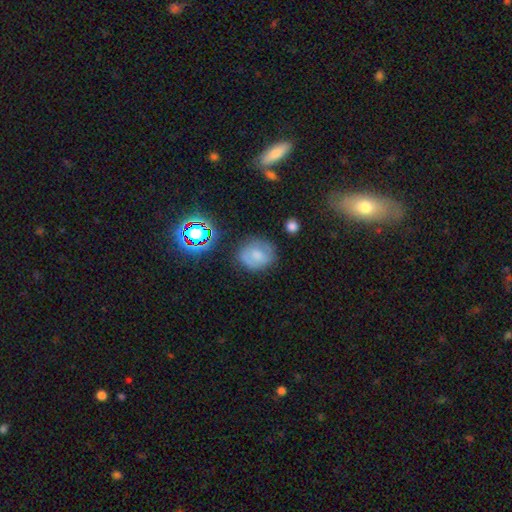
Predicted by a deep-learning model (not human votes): This is likely a smooth galaxy (60%). How rounded: likely round (67%). Merging: likely none (69%).